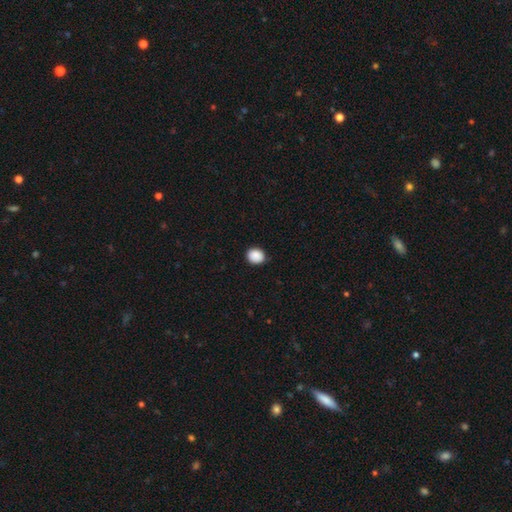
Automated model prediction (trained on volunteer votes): Smooth or featured? smooth (89%)
How rounded? round (66%)
Merging? none (87%)